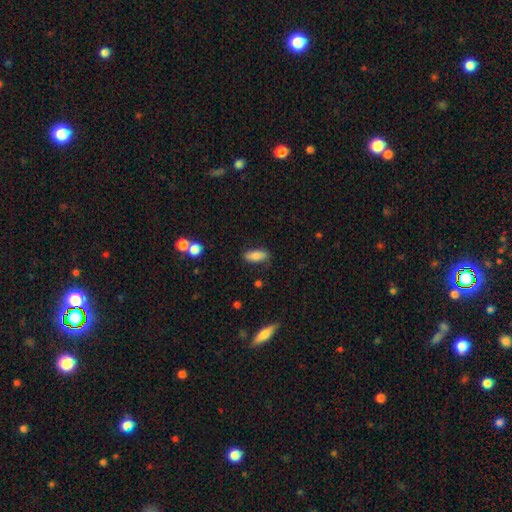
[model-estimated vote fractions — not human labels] Smooth or featured?
  - smooth: 81% *
  - featured or disk: 11%
  - star or artifact: 7%
How rounded?
  - in between: 79% *
  - cigar-shaped: 18%
  - round: 3%
Merging?
  - none: 80% *
  - minor disturbance: 15%
  - major disturbance: 3%
  - merger: 2%